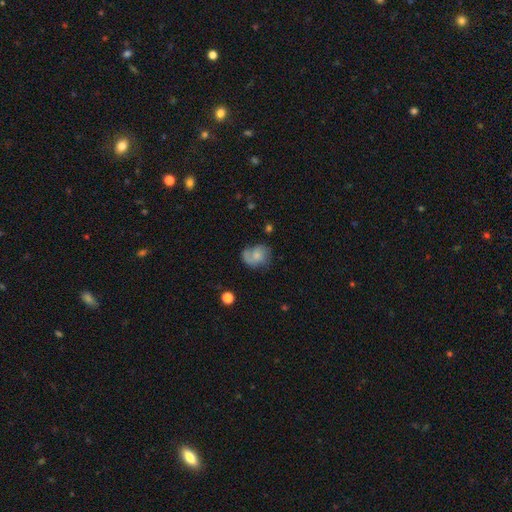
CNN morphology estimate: The model was most divided on "how rounded": round: 54%, in between: 45%, cigar-shaped: 1%. Remaining: smooth or featured — smooth (51%); merging — none (47%).